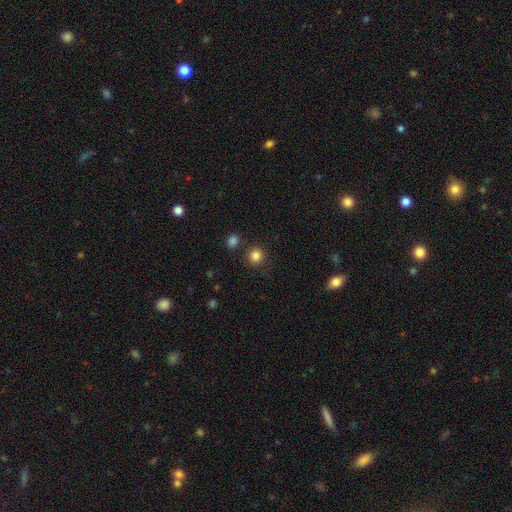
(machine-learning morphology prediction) smooth-or-featured: smooth: 83% | star or artifact: 12% | featured or disk: 4%
  how-rounded: round: 92% | in between: 7% | cigar-shaped: 1%
  merging: none: 85% | minor disturbance: 7% | merger: 5% | major disturbance: 3%